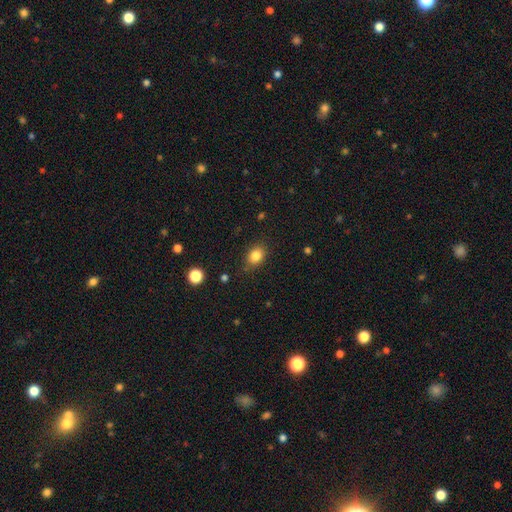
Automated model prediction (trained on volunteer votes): This is clearly a smooth galaxy (83%). How rounded: possibly in between (54%). Merging: clearly none (82%).